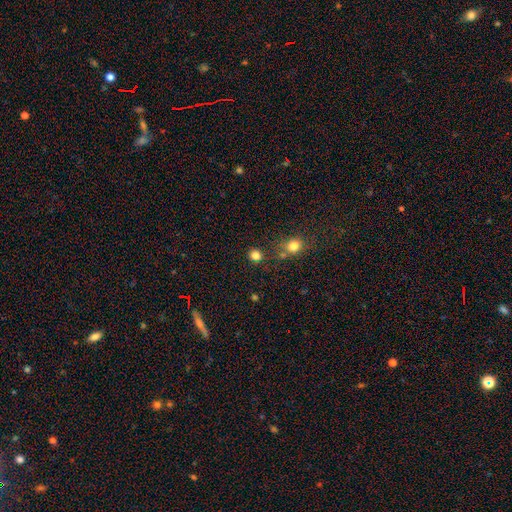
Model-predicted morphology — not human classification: A smooth galaxy with no disk features (81%) that is round (88%). Merging: none (80%).